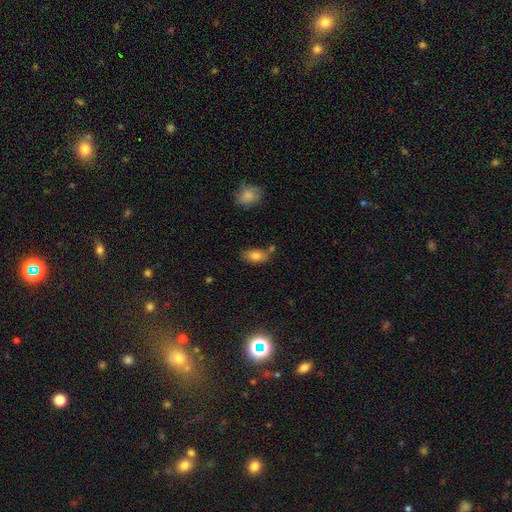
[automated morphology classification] A smooth galaxy with no disk features (81%) that is in between round and cigar-shaped (88%).

Vote fractions:
- Smooth or featured? smooth: 81% / featured or disk: 10% / star or artifact: 9%
- How rounded? in between: 88% / round: 9% / cigar-shaped: 3%
- Merging? none: 62% / minor disturbance: 20% / merger: 13% / major disturbance: 5%